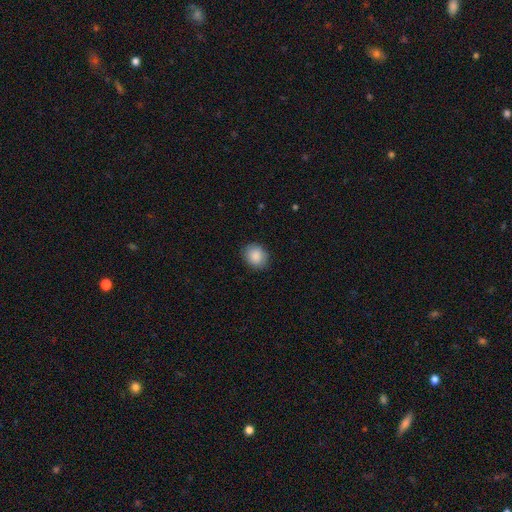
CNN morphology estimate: This appears to be a smooth galaxy with no disk features (88%) that is round (58%). Merging: none (86%).